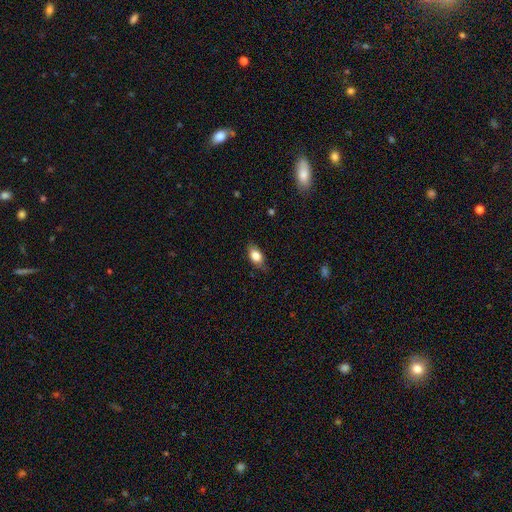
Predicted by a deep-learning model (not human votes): Smooth or featured?
  - smooth: 80% *
  - featured or disk: 13%
  - star or artifact: 8%
How rounded?
  - in between: 86% *
  - round: 8%
  - cigar-shaped: 6%
Merging?
  - none: 77% *
  - minor disturbance: 18%
  - major disturbance: 3%
  - merger: 1%